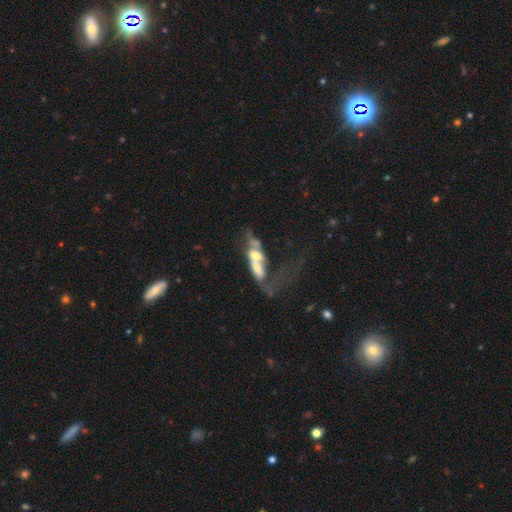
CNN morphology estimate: type=featured or disk (52%); edge-on=no (78%); merging=merger (69%).